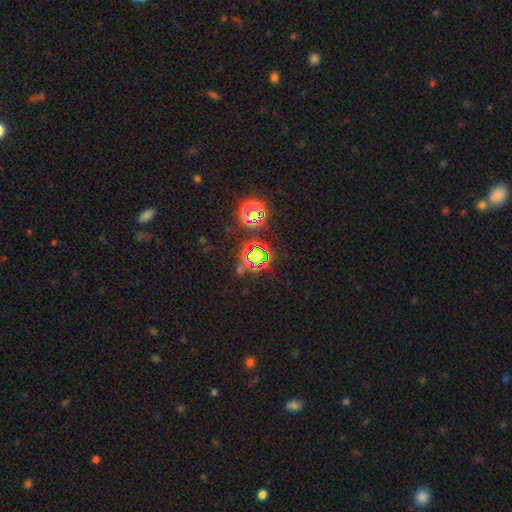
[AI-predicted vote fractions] A star or artifact, not a galaxy (72%).